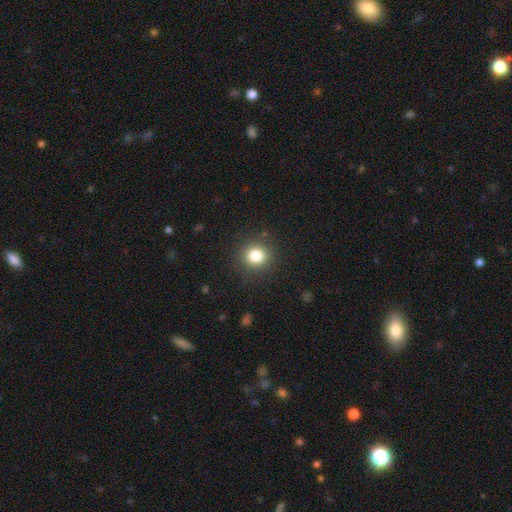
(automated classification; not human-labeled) Smooth or featured? smooth (82%)
How rounded? round (88%)
Merging? none (88%)